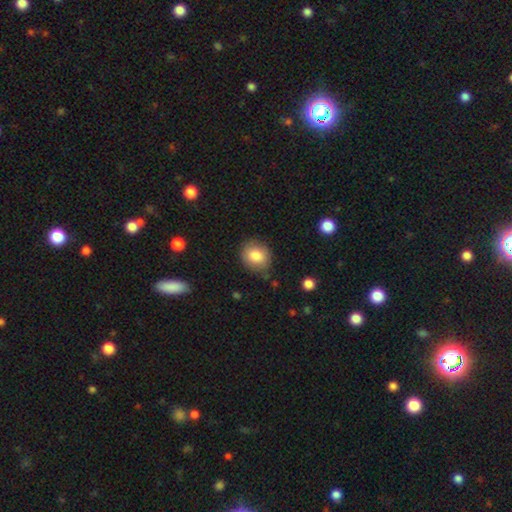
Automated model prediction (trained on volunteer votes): Smooth or featured? Predicted: smooth (p=0.84). How rounded? Predicted: round (p=0.68). Merging? Predicted: none (p=0.80).